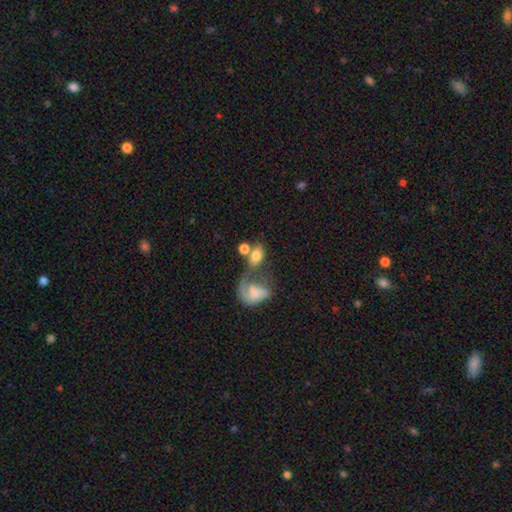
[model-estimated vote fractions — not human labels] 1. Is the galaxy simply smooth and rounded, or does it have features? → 67% smooth, 24% featured or disk, 9% star or artifact.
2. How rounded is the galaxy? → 78% in between, 19% round, 3% cigar-shaped.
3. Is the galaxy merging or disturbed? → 46% merger, 27% none, 15% major disturbance, 12% minor disturbance.